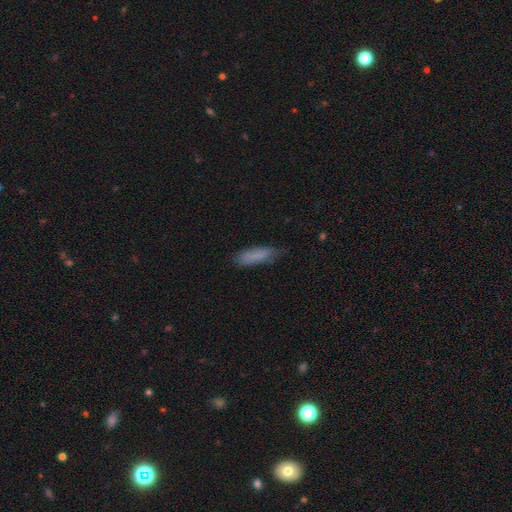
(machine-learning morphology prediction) Smooth or featured? smooth (81%)
How rounded? cigar-shaped (56%)
Merging? none (65%)